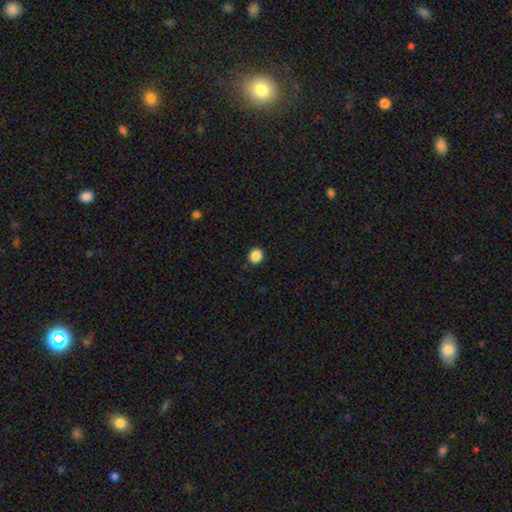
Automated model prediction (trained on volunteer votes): Smooth or featured? smooth (87%)
How rounded? round (85%)
Merging? none (91%)